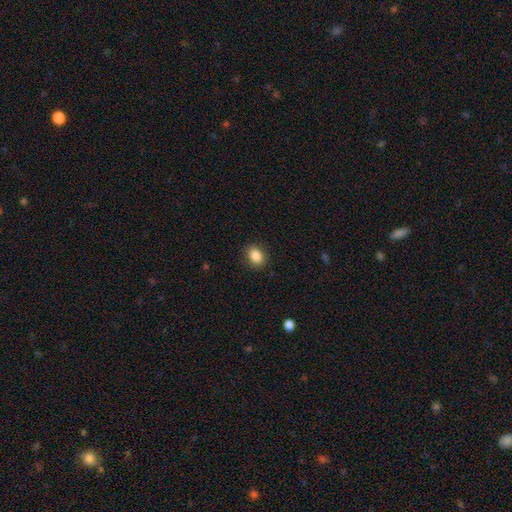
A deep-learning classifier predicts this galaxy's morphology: Smooth or featured?
  - smooth: 86% *
  - star or artifact: 9%
  - featured or disk: 5%
How rounded?
  - in between: 64% *
  - round: 35%
  - cigar-shaped: 1%
Merging?
  - none: 88% *
  - minor disturbance: 9%
  - major disturbance: 2%
  - merger: 1%